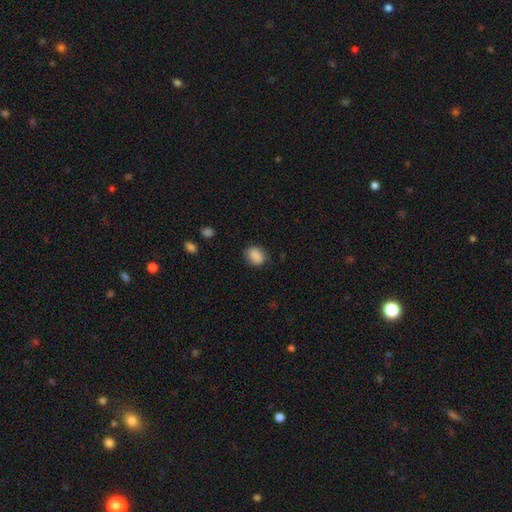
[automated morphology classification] smooth_or_featured: smooth (p=0.88) [alt: star or artifact p=0.08]
how_rounded: in between (p=0.63) [alt: round p=0.35]
merging: none (p=0.77) [alt: minor disturbance p=0.17]